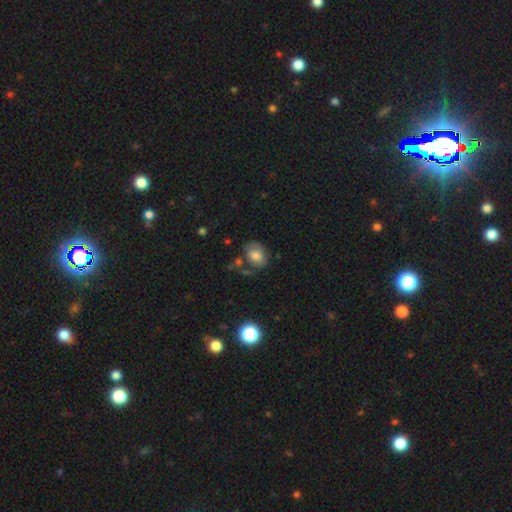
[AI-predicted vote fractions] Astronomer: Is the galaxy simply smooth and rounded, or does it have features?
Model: smooth — 65%.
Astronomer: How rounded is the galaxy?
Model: in between — 69%.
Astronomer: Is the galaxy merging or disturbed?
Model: none — 57%.